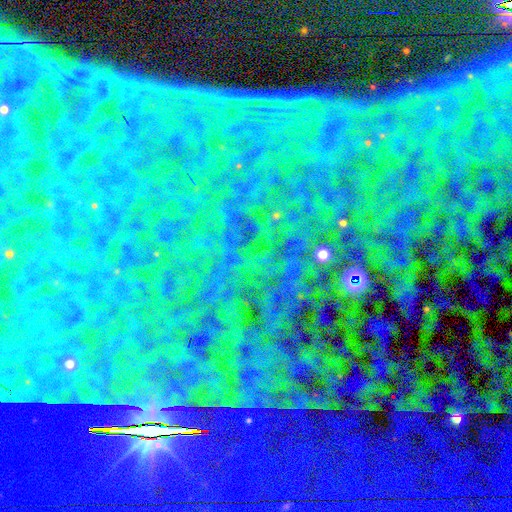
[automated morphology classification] star or artifact 85%, featured or disk 8%, smooth 7%.